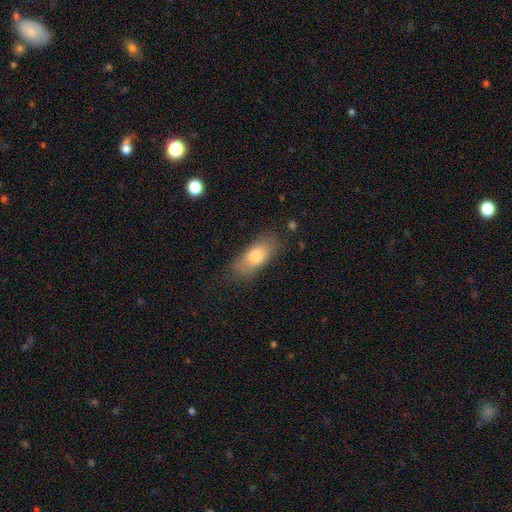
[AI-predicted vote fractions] smooth-or-featured: smooth: 74% | featured or disk: 19% | star or artifact: 7%
  how-rounded: in between: 80% | cigar-shaped: 16% | round: 3%
  merging: none: 71% | minor disturbance: 21% | major disturbance: 7% | merger: 2%